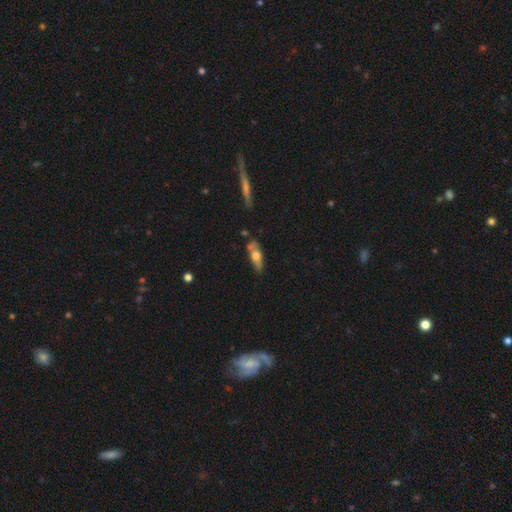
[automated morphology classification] type=smooth (53%); roundness=in between (60%); merging=none (55%).